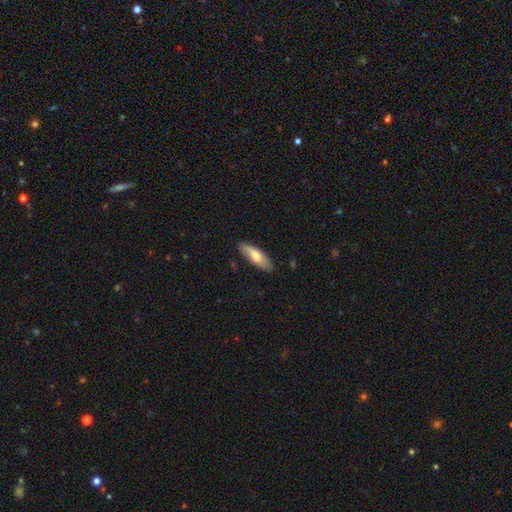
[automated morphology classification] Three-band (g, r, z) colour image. It shows a smooth galaxy with no disk features (69%) that is in between round and cigar-shaped (56%). Merging: none (80%).